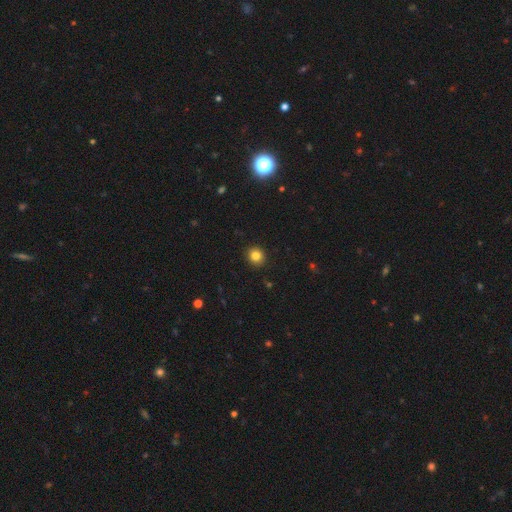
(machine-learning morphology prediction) smooth_or_featured: smooth (p=0.83) [alt: star or artifact p=0.12]
how_rounded: round (p=0.89) [alt: in between p=0.10]
merging: none (p=0.92) [alt: minor disturbance p=0.05]